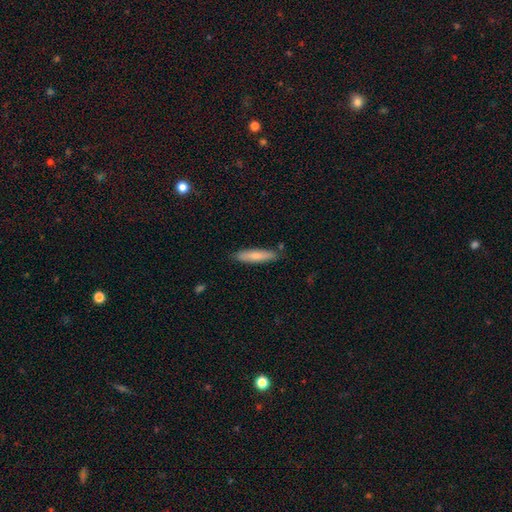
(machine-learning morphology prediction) type=smooth (72%); roundness=cigar-shaped (81%); merging=none (84%).